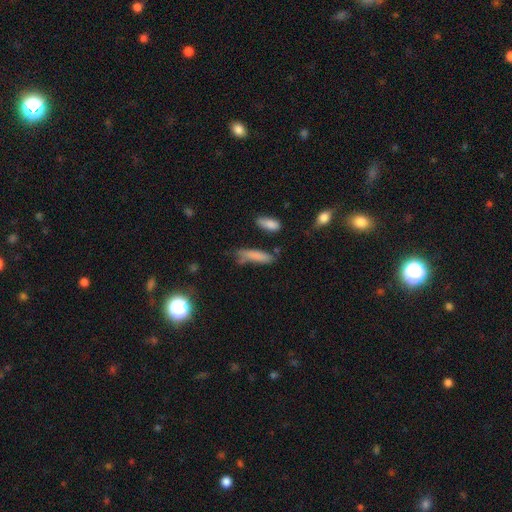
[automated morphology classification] A smooth galaxy with no disk features (78%) that is cigar-shaped (69%).

Vote fractions:
- Smooth or featured? smooth: 78% / featured or disk: 13% / star or artifact: 9%
- How rounded? cigar-shaped: 69% / in between: 28% / round: 2%
- Merging? none: 57% / minor disturbance: 26% / major disturbance: 9% / merger: 8%